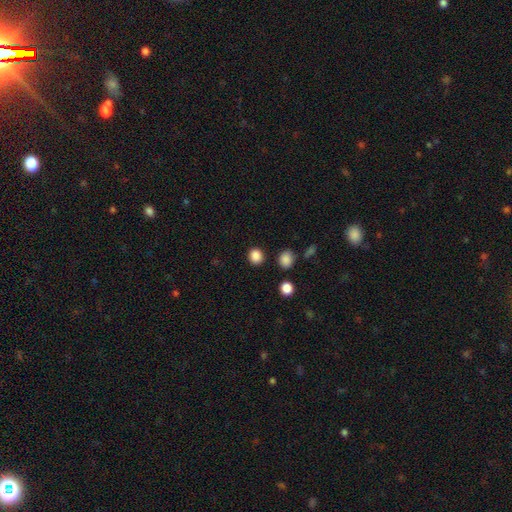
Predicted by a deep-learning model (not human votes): smooth 86%, star or artifact 11%, featured or disk 3%. Down the decision tree: how rounded — round (77%); merging — none (87%).